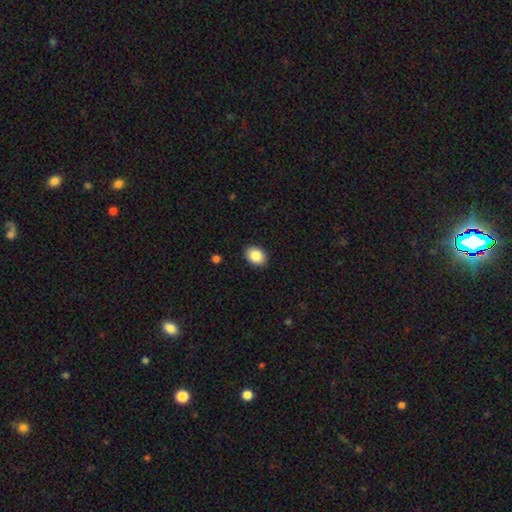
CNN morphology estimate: Smooth or featured?
  - smooth: 87% *
  - star or artifact: 8%
  - featured or disk: 5%
How rounded?
  - in between: 69% *
  - round: 30%
  - cigar-shaped: 1%
Merging?
  - none: 89% *
  - minor disturbance: 8%
  - major disturbance: 2%
  - merger: 1%